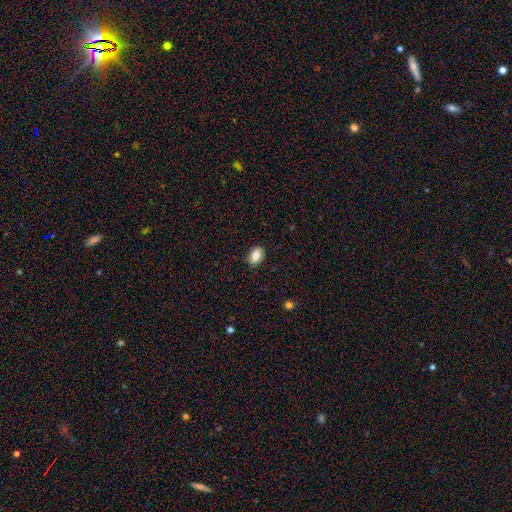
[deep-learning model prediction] This is clearly a smooth galaxy (83%). How rounded: clearly in between (85%). Merging: clearly none (85%).